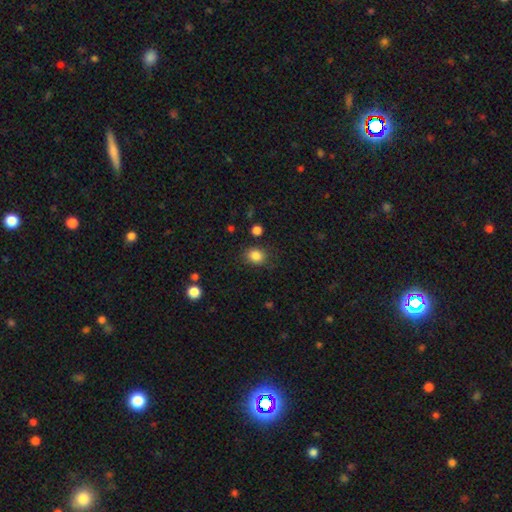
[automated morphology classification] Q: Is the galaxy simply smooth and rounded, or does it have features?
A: smooth — 85%.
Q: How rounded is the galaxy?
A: round — 64%.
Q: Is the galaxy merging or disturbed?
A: none — 82%.